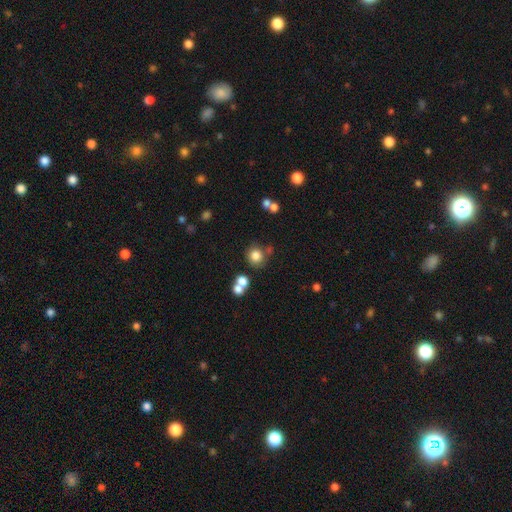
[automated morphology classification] Overall: smooth (80%). How rounded: round (88%). Merging: none (72%).